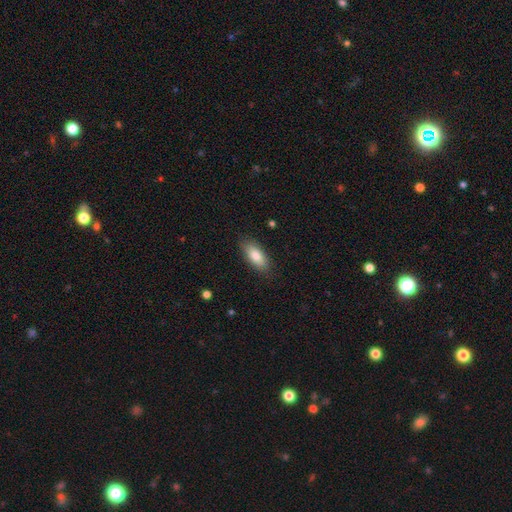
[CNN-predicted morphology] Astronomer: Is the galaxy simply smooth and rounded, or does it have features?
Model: smooth — 82%.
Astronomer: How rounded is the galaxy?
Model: in between — 82%.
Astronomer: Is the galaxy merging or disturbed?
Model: none — 85%.